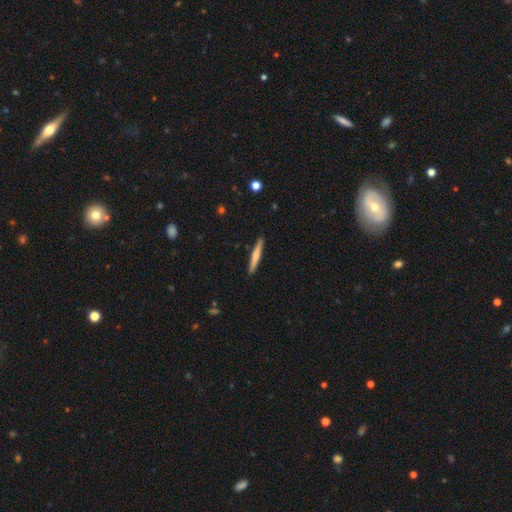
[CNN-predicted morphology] smooth 59%, featured or disk 35%, star or artifact 5%. Down the decision tree: how rounded — cigar-shaped (95%); merging — none (91%).